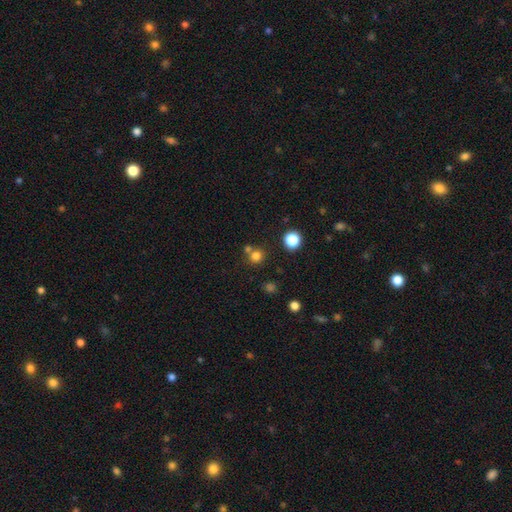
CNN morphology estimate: This is likely a smooth galaxy (76%). How rounded: clearly round (91%). Merging: likely none (67%).